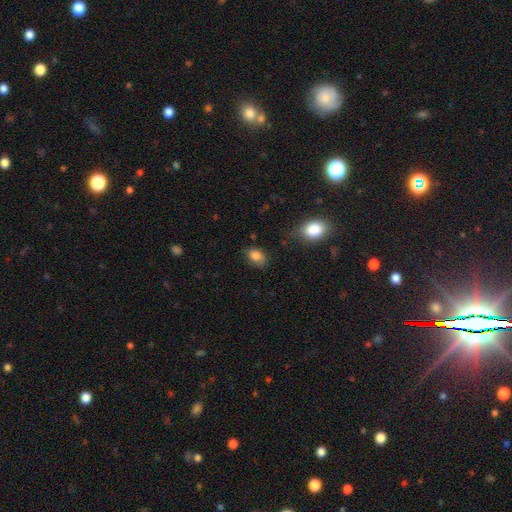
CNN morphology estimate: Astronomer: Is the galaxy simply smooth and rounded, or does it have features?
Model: smooth — 83%.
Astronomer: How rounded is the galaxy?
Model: in between — 83%.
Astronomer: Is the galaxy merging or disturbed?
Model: none — 64%.